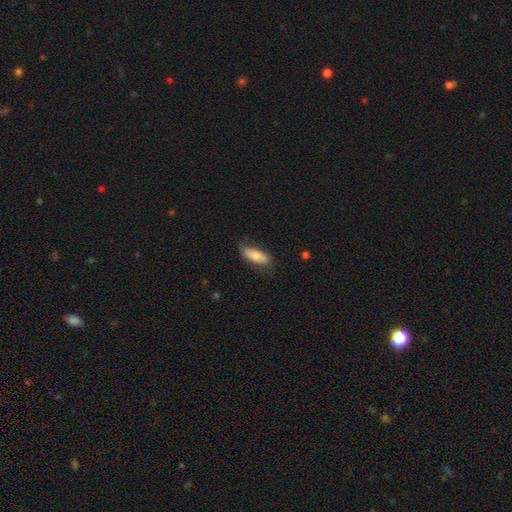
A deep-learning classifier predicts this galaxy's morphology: The model was most divided on "merging": none: 65%, minor disturbance: 26%, major disturbance: 8%, merger: 1%. More confident: how rounded — in between (76%); smooth or featured — smooth (75%).